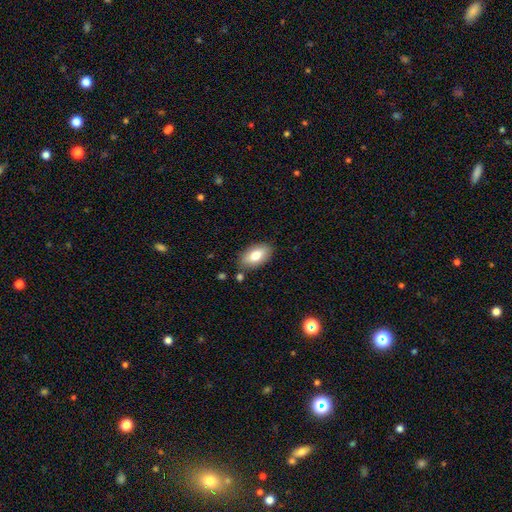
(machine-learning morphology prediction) Overall: smooth (77%). How rounded: in between (92%). Merging: none (83%).